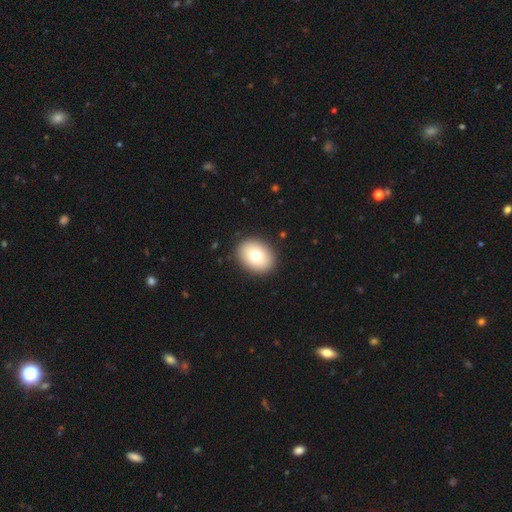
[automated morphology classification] smooth 75%, featured or disk 16%, star or artifact 9%. Down the decision tree: how rounded — in between (67%); merging — none (90%).